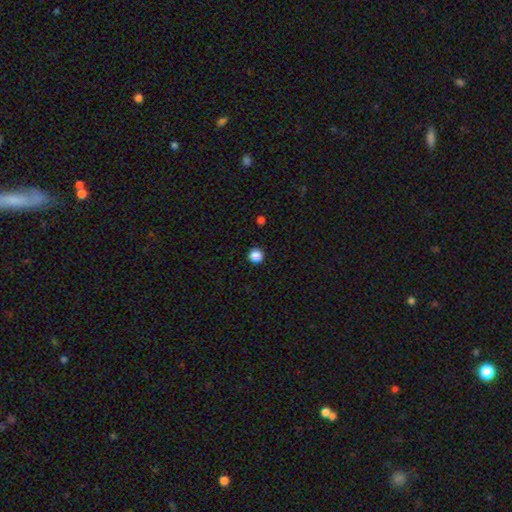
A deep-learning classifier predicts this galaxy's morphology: Q: Smooth or featured?
A: smooth (86%); runner-up: star or artifact (11%)
Q: How rounded?
A: round (96%); runner-up: in between (3%)
Q: Merging?
A: none (93%); runner-up: minor disturbance (4%)